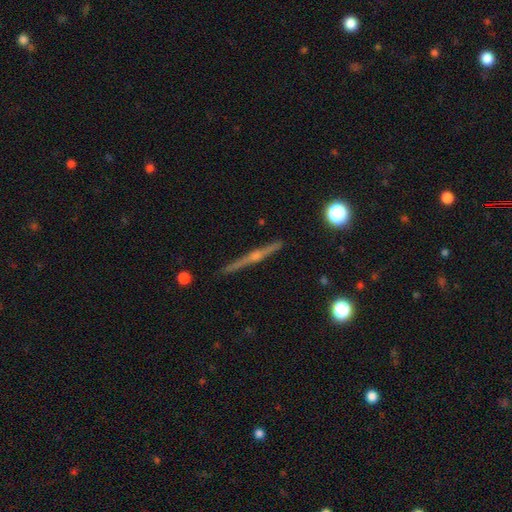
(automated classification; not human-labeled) Smooth or featured? Predicted: featured or disk (p=0.80). Edge-on disk? Predicted: yes (p=0.98). Edge-on bulge? Predicted: rounded (p=0.83). Merging? Predicted: none (p=0.91).